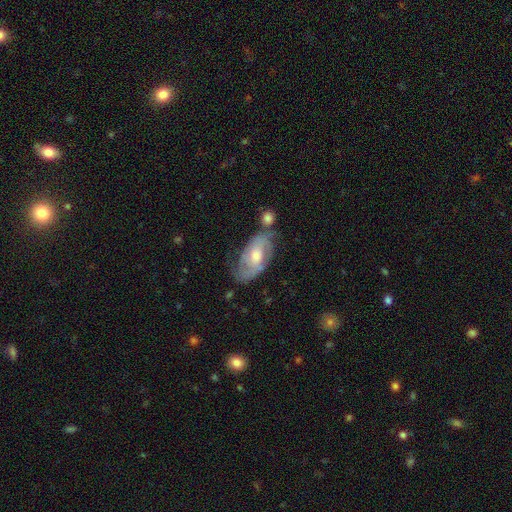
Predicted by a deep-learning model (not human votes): Overall: featured or disk (68%). Edge-on disk: no (92%). Bar: no (59%; weak 34%). Spiral arms: yes (84%). Spiral arm count: 2 (61%; can't tell 26%). Spiral winding: medium (42%; tight 41%). Bulge size: moderate (65%). Merging: none (53%; minor disturbance 24%).